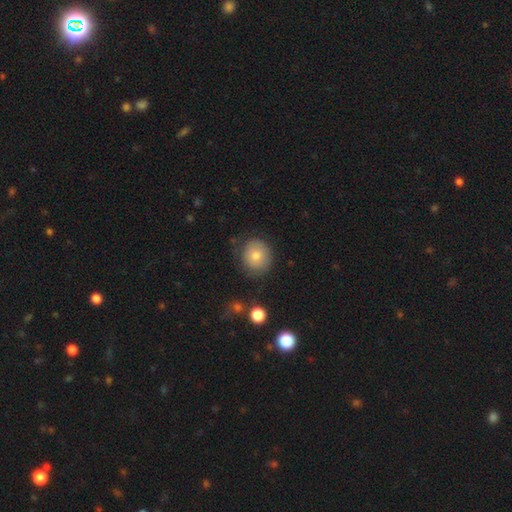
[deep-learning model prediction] smooth-or-featured: smooth: 74% | featured or disk: 15% | star or artifact: 10%
  how-rounded: round: 83% | in between: 16% | cigar-shaped: 1%
  merging: none: 77% | minor disturbance: 16% | major disturbance: 5% | merger: 2%